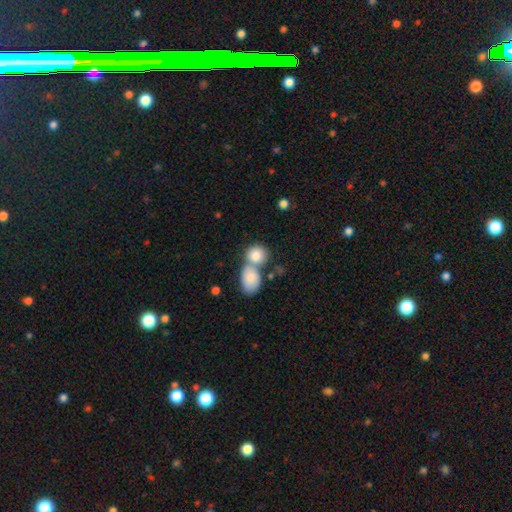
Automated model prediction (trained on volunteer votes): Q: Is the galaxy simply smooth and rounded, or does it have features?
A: smooth — 83%.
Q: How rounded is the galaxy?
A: round — 57%.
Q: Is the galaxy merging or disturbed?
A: merger — 56%.